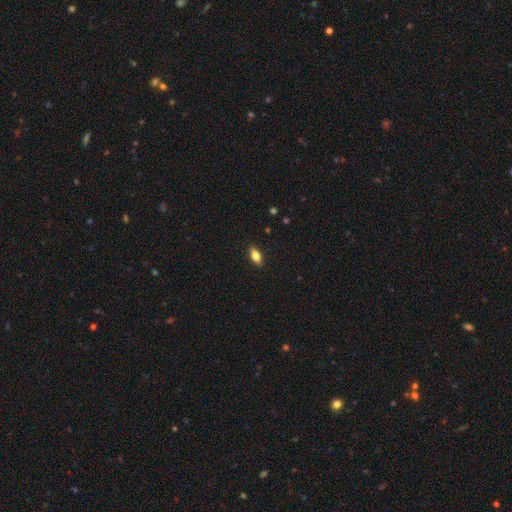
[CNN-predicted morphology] Smooth or featured?
  - smooth: 75% *
  - featured or disk: 18%
  - star or artifact: 8%
How rounded?
  - in between: 84% *
  - cigar-shaped: 12%
  - round: 4%
Merging?
  - none: 89% *
  - minor disturbance: 8%
  - major disturbance: 2%
  - merger: 1%